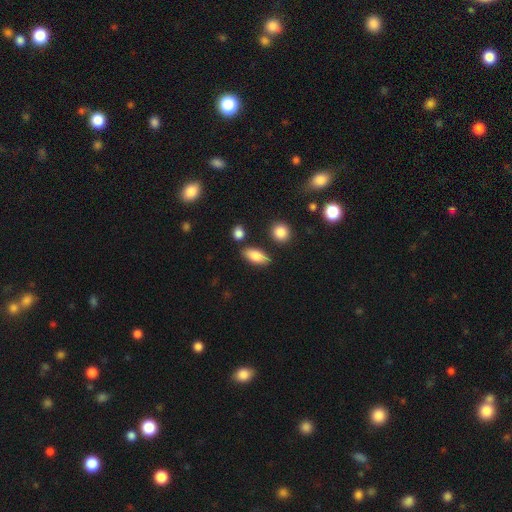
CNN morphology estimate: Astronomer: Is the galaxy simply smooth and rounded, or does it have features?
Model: smooth — 82%.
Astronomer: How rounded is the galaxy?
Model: in between — 84%.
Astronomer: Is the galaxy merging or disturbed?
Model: none — 80%.